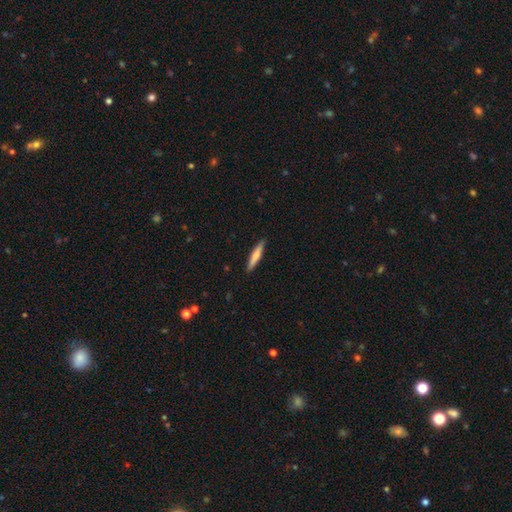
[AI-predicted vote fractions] This is likely a smooth galaxy (66%). How rounded: clearly cigar-shaped (91%). Merging: clearly none (91%).